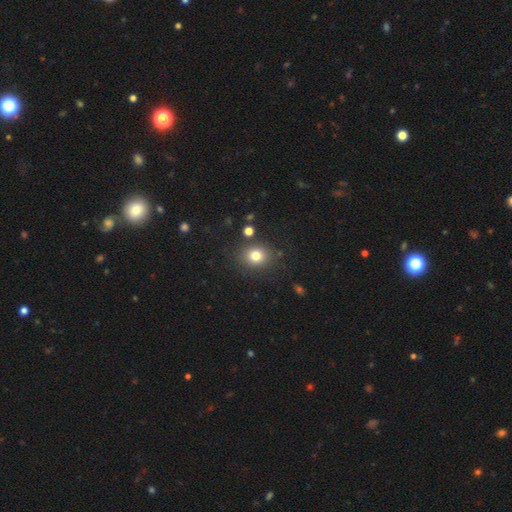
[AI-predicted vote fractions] Smooth or featured? Predicted: smooth (p=0.79). How rounded? Predicted: round (p=0.73). Merging? Predicted: none (p=0.83).